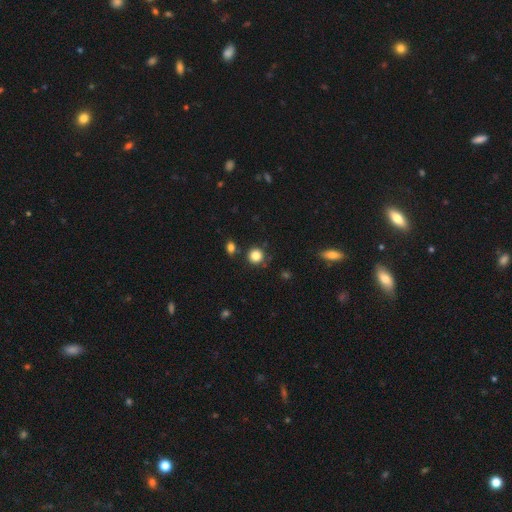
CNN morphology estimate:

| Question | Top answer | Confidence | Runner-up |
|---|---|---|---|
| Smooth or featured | smooth | 83% | star or artifact (12%) |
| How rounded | round | 92% | in between (7%) |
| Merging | none | 84% | minor disturbance (8%) |